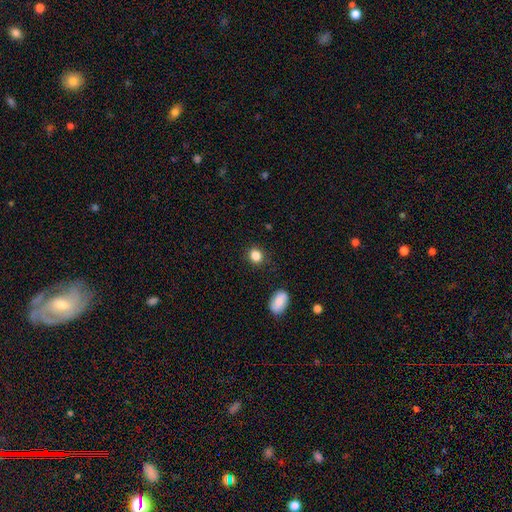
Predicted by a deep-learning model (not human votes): Smooth or featured: smooth — 86% (star or artifact — 10%)
How rounded: round — 72% (in between — 27%)
Merging: none — 87% (minor disturbance — 9%)